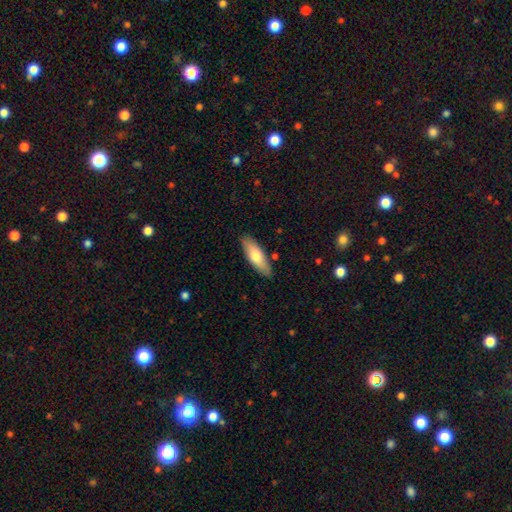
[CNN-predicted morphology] A smooth galaxy with no disk features (71%) that is in between round and cigar-shaped (58%).

Vote fractions:
- Smooth or featured? smooth: 71% / featured or disk: 23% / star or artifact: 5%
- How rounded? in between: 58% / cigar-shaped: 40% / round: 2%
- Merging? none: 85% / minor disturbance: 11% / merger: 2% / major disturbance: 2%